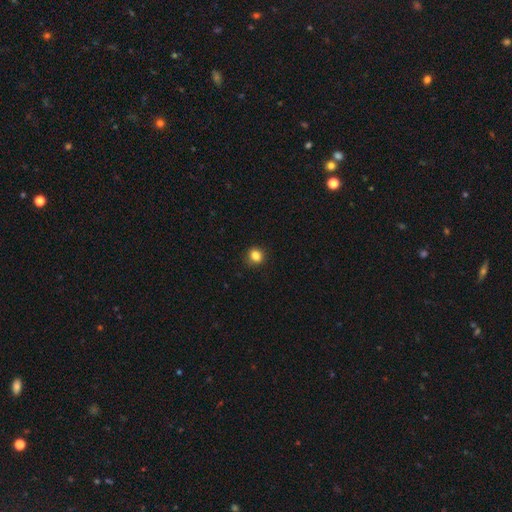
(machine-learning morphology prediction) type=smooth (84%); roundness=round (81%); merging=none (89%).